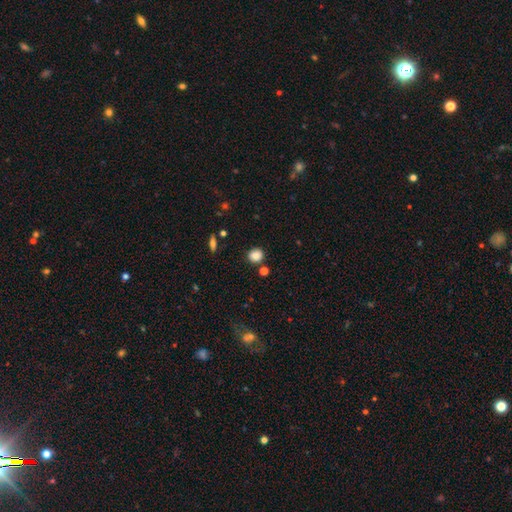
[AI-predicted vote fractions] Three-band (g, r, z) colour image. It shows a smooth galaxy with no disk features (85%) that is round (83%). Merging: none (82%).